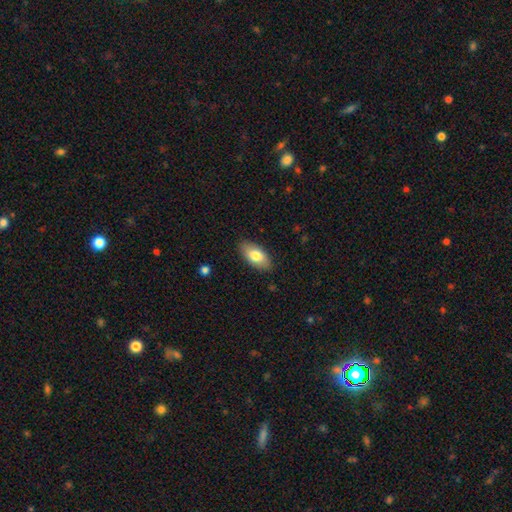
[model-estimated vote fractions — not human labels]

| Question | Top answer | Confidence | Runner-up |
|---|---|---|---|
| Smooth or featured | smooth | 80% | featured or disk (14%) |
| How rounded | in between | 93% | cigar-shaped (4%) |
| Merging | none | 87% | minor disturbance (10%) |